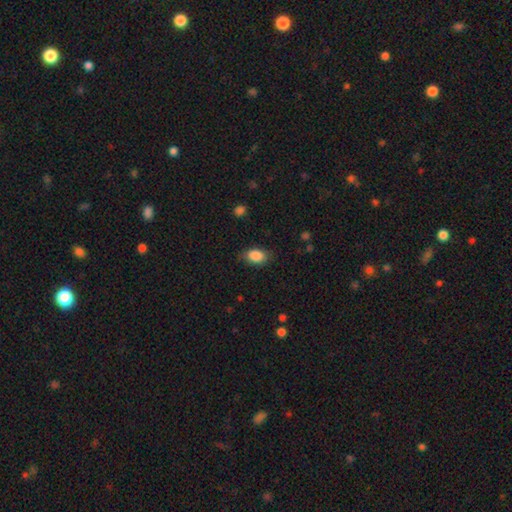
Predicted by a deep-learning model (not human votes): Smooth or featured? Predicted: smooth (p=0.87). How rounded? Predicted: in between (p=0.86). Merging? Predicted: none (p=0.80).